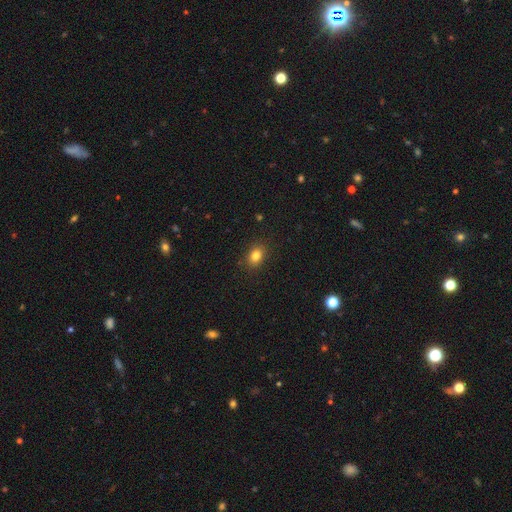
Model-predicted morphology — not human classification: type=smooth (82%); roundness=in between (64%); merging=none (88%).